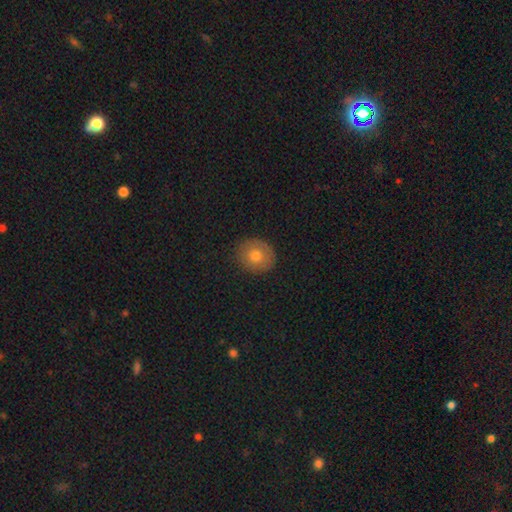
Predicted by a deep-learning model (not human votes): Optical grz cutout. It shows a smooth galaxy with no disk features (72%) that is round (77%). Merging: none (86%).